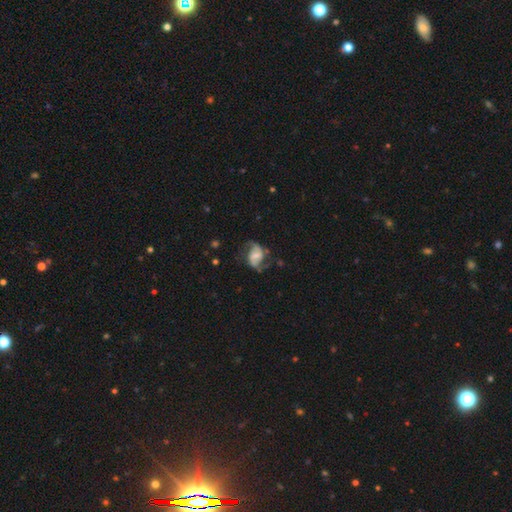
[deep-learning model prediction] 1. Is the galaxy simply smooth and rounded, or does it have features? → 73% featured or disk, 20% smooth, 7% star or artifact.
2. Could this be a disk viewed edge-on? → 97% no, 3% yes.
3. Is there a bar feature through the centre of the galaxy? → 41% weak, 40% no, 19% strong.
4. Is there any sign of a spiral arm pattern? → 89% yes, 11% no.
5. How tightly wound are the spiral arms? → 44% medium, 40% loose, 16% tight.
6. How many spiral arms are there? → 86% 2, 7% can't tell, 3% 1, 2% 3, 1% 4, 1% more than 4.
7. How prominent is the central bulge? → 43% small, 42% moderate, 7% none, 6% large, 1% dominant.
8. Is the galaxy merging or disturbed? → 58% none, 22% minor disturbance, 17% major disturbance, 2% merger.